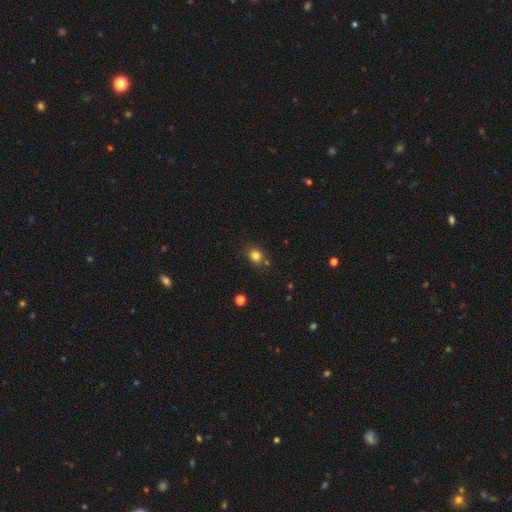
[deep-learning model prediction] smooth-or-featured: smooth: 81% | star or artifact: 13% | featured or disk: 6%
  how-rounded: round: 67% | in between: 32% | cigar-shaped: 1%
  merging: none: 81% | minor disturbance: 11% | merger: 5% | major disturbance: 3%